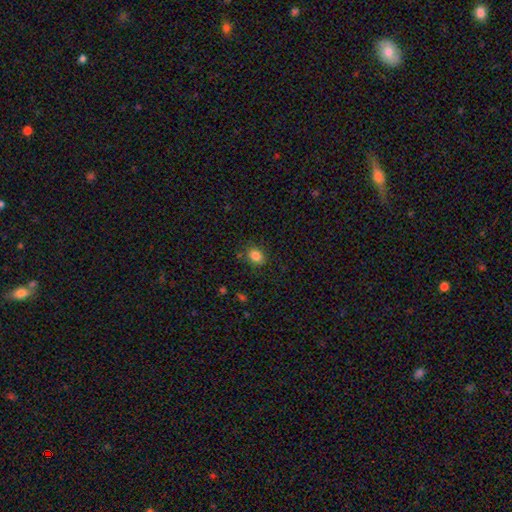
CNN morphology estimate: smooth_or_featured: smooth (p=0.83) [alt: star or artifact p=0.11]
how_rounded: in between (p=0.56) [alt: round p=0.43]
merging: none (p=0.80) [alt: minor disturbance p=0.14]